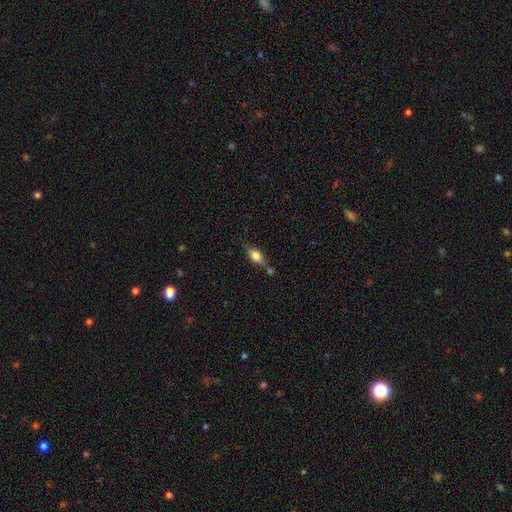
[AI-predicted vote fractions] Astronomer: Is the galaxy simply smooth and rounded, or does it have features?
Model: smooth — 61%.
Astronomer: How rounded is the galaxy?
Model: in between — 71%.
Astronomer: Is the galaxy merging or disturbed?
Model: none — 64%.